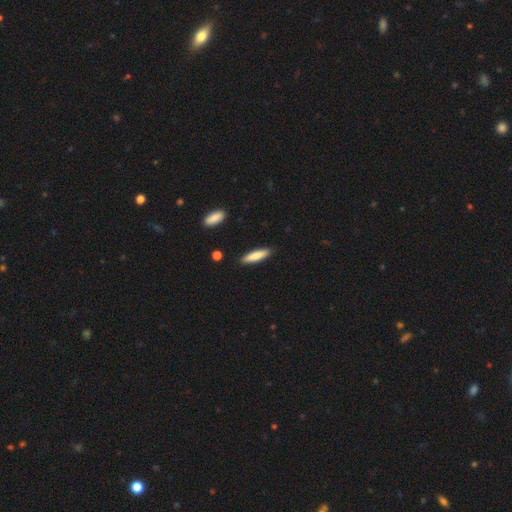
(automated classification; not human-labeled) Smooth or featured: smooth — 82% (featured or disk — 13%)
How rounded: cigar-shaped — 75% (in between — 24%)
Merging: none — 90% (minor disturbance — 7%)